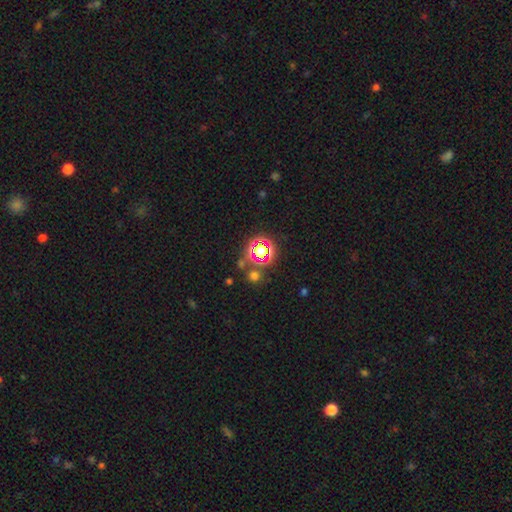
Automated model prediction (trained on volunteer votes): star or artifact 72%, smooth 19%, featured or disk 8%.